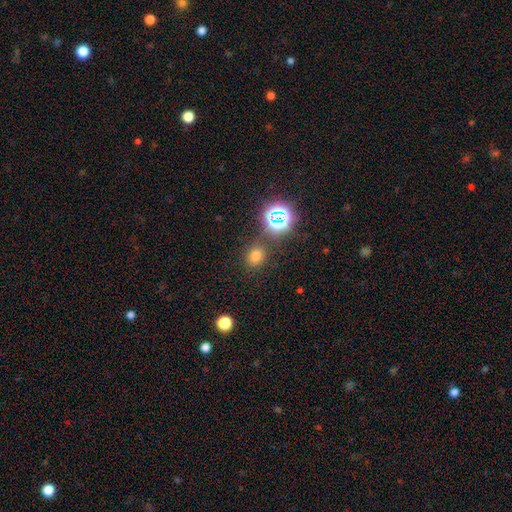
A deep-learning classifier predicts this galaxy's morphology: This is likely a smooth galaxy (66%). How rounded: possibly round (57%). Merging: likely none (77%).